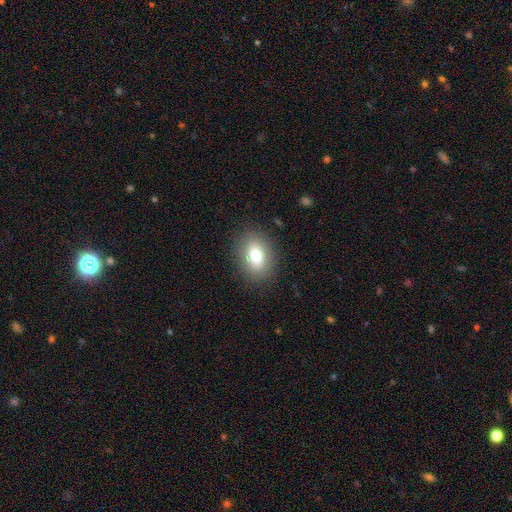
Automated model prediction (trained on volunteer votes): smooth-or-featured: smooth: 77% | featured or disk: 14% | star or artifact: 9%
  how-rounded: in between: 77% | round: 22% | cigar-shaped: 2%
  merging: none: 86% | minor disturbance: 10% | major disturbance: 3% | merger: 1%